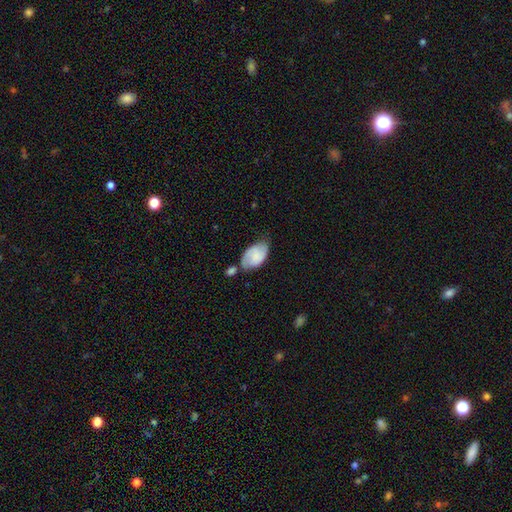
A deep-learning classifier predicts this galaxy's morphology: type=smooth (60%); roundness=in between (93%); merging=none (44%).